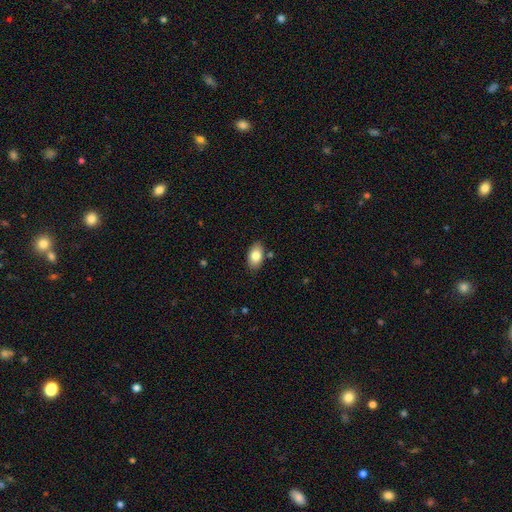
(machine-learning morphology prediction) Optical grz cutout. It shows a smooth galaxy with no disk features (83%) that is in between round and cigar-shaped (91%). Merging: none (83%).